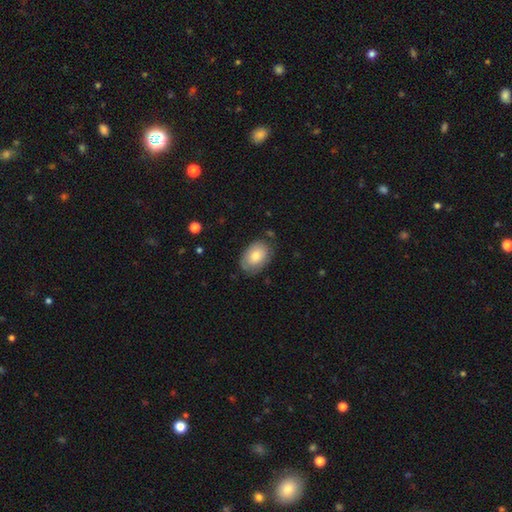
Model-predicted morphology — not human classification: Smooth or featured?
  - smooth: 77% *
  - featured or disk: 16%
  - star or artifact: 6%
How rounded?
  - in between: 85% *
  - round: 14%
  - cigar-shaped: 1%
Merging?
  - none: 76% *
  - minor disturbance: 18%
  - major disturbance: 4%
  - merger: 1%